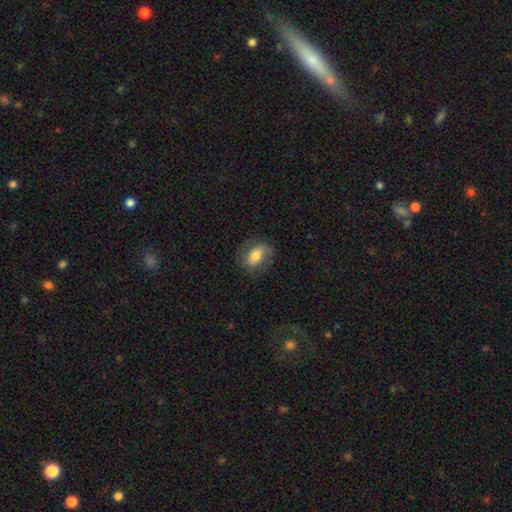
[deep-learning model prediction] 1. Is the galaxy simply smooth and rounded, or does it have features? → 60% smooth, 33% featured or disk, 8% star or artifact.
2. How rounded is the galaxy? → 77% in between, 19% round, 4% cigar-shaped.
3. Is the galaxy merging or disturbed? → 76% none, 16% minor disturbance, 6% major disturbance, 1% merger.